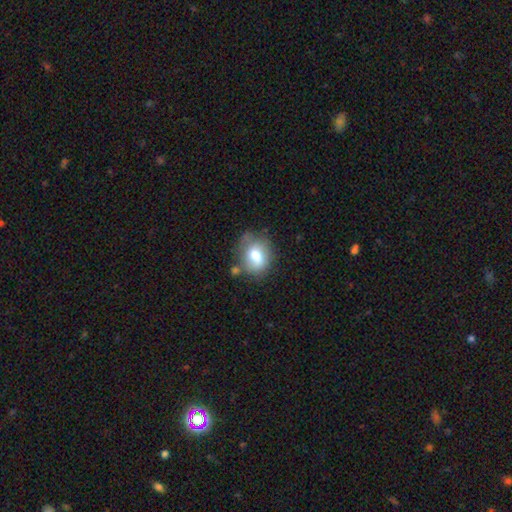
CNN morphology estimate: Smooth or featured? Predicted: smooth (p=0.71). How rounded? Predicted: in between (p=0.53). Merging? Predicted: none (p=0.54).